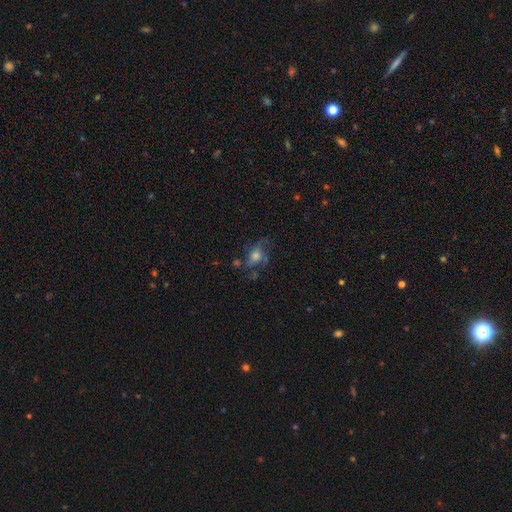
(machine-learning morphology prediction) Smooth or featured: featured or disk — 55% (smooth — 29%)
Edge-on disk: no — 94% (yes — 6%)
Bar: no — 73% (weak — 22%)
Spiral arms: yes — 71% (no — 29%)
Bulge size: moderate — 47% (large — 23%)
Merging: none — 49% (major disturbance — 26%)